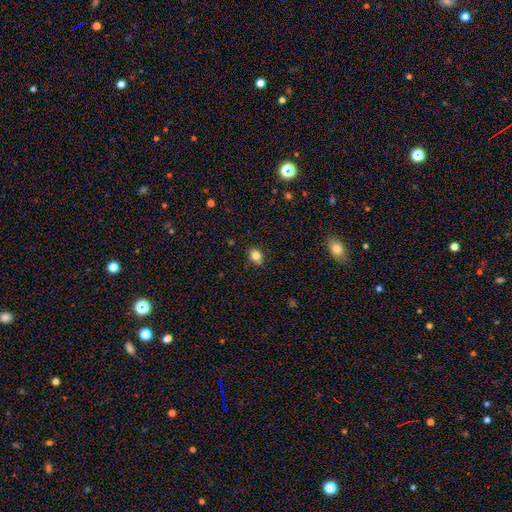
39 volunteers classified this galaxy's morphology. smooth_or_featured: smooth (p=0.85) [alt: featured or disk p=0.13]
how_rounded: in between (p=0.76) [alt: round p=0.24]
merging: none (p=0.71) [alt: minor disturbance p=0.26]